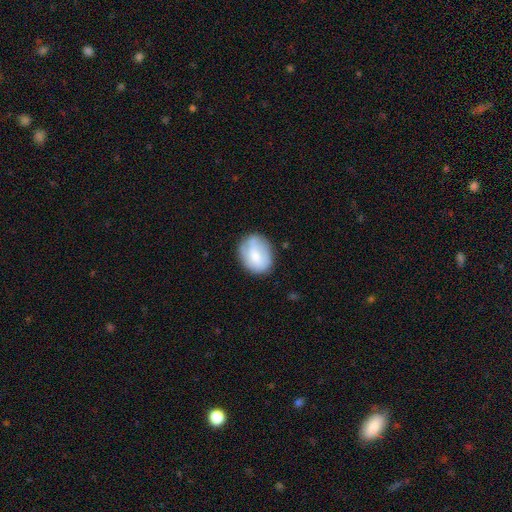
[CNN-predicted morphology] type=smooth (62%); roundness=in between (60%); merging=none (68%).